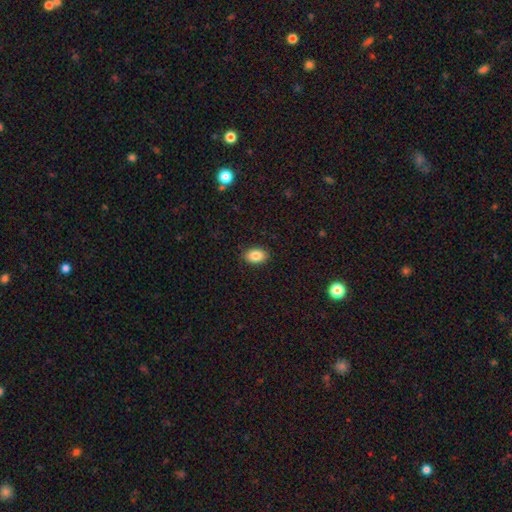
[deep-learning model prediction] Smooth or featured? Predicted: smooth (p=0.84). How rounded? Predicted: in between (p=0.87). Merging? Predicted: none (p=0.89).